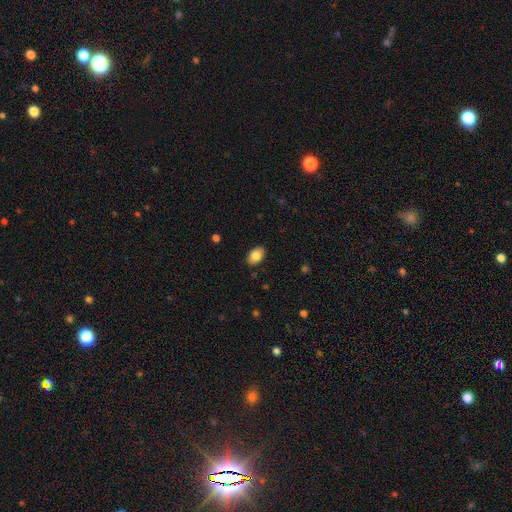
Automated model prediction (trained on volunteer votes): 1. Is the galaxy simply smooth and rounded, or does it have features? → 85% smooth, 7% featured or disk, 7% star or artifact.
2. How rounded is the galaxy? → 86% in between, 13% round, 1% cigar-shaped.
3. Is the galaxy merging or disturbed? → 88% none, 9% minor disturbance, 2% major disturbance, 1% merger.